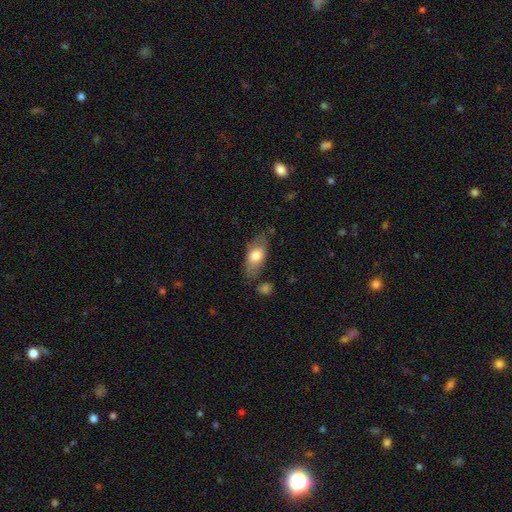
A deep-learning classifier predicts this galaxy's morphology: type=smooth (70%); roundness=in between (87%); merging=none (70%).